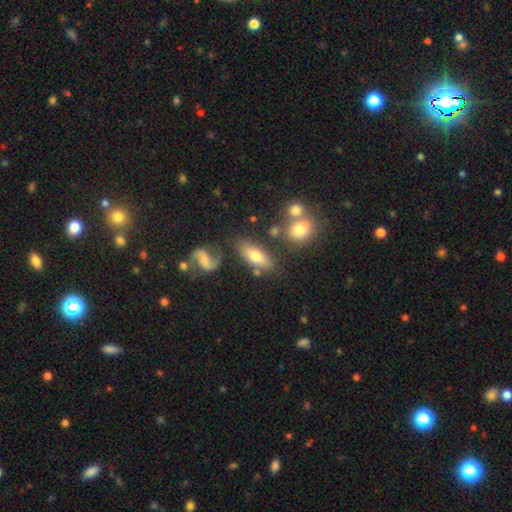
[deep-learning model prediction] Morphology: type=smooth (65%); roundness=in between (74%); merging=none (66%).